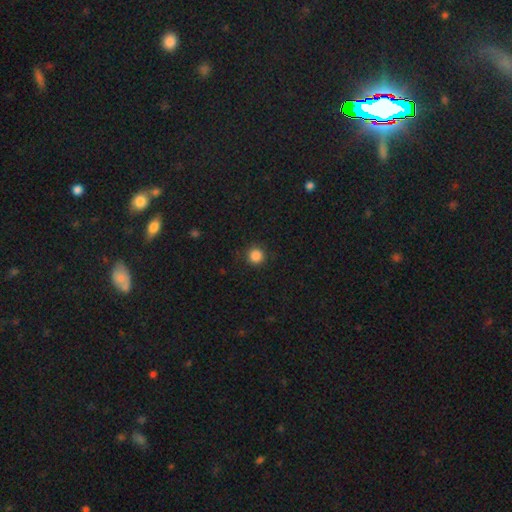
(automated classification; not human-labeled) Smooth or featured? Predicted: smooth (p=0.86). How rounded? Predicted: round (p=0.95). Merging? Predicted: none (p=0.89).